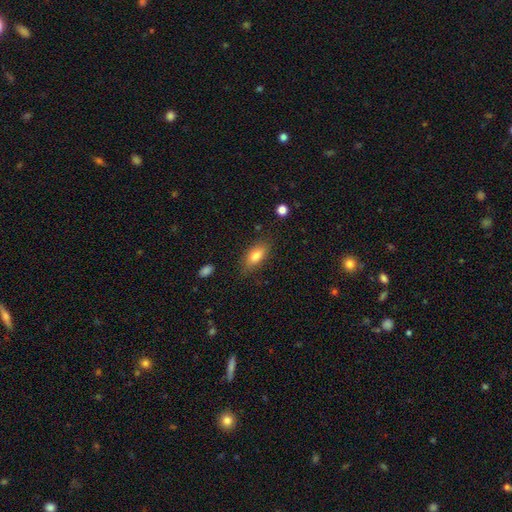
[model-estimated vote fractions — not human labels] A smooth galaxy with no disk features (80%) that is in between round and cigar-shaped (86%).

Vote fractions:
- Smooth or featured? smooth: 80% / featured or disk: 12% / star or artifact: 8%
- How rounded? in between: 86% / cigar-shaped: 9% / round: 5%
- Merging? none: 78% / minor disturbance: 16% / major disturbance: 4% / merger: 2%